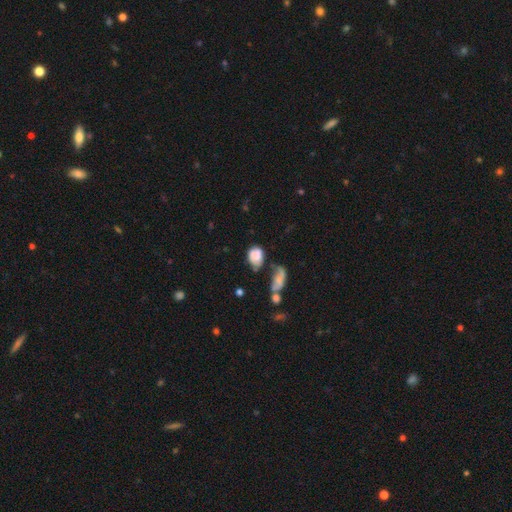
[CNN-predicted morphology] smooth 74%, featured or disk 16%, star or artifact 10%. Down the decision tree: how rounded — in between (59%); merging — none (32%).